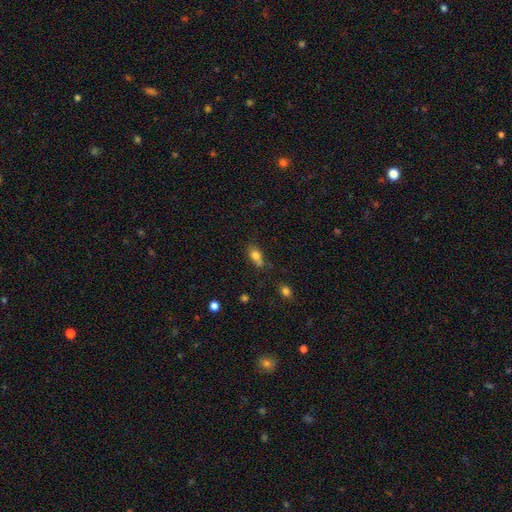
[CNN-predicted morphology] smooth-or-featured: smooth: 77% | featured or disk: 12% | star or artifact: 11%
  how-rounded: in between: 69% | round: 26% | cigar-shaped: 4%
  merging: none: 46% | merger: 25% | minor disturbance: 22% | major disturbance: 7%